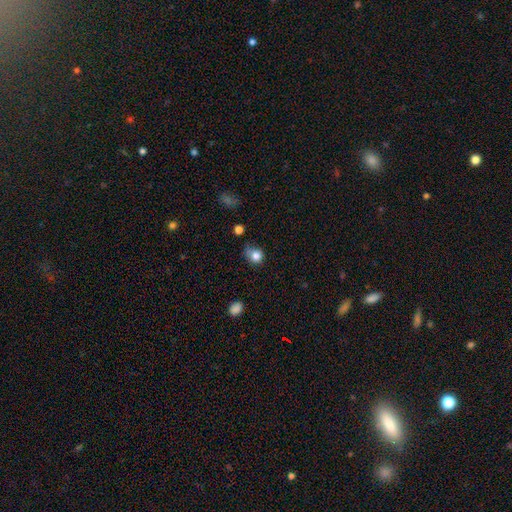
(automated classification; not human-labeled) Q: Smooth or featured?
A: smooth (81%); runner-up: star or artifact (11%)
Q: How rounded?
A: round (72%); runner-up: in between (27%)
Q: Merging?
A: none (49%); runner-up: minor disturbance (36%)